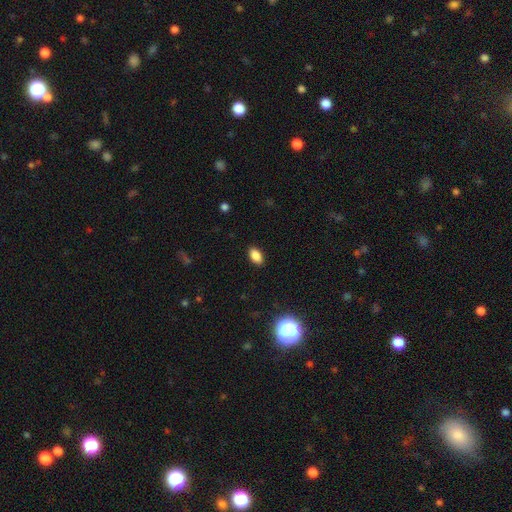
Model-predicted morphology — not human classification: type=smooth (85%); roundness=in between (90%); merging=none (89%).